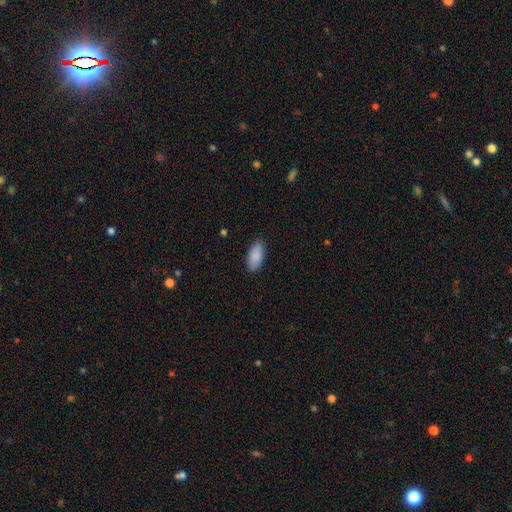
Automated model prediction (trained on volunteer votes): smooth 88%, star or artifact 6%, featured or disk 6%. Down the decision tree: how rounded — in between (91%); merging — none (85%).